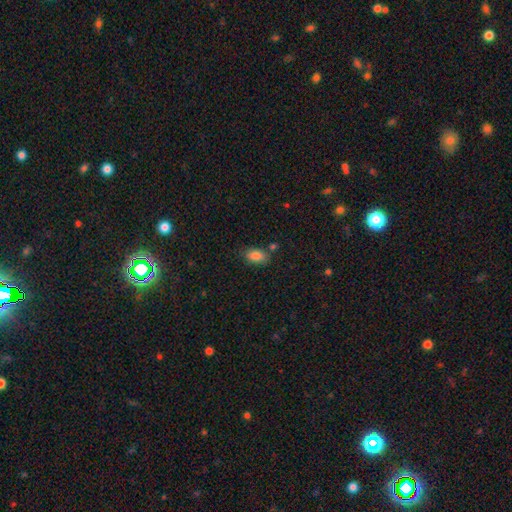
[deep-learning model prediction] Smooth or featured: smooth — 86% (star or artifact — 8%)
How rounded: in between — 90% (round — 7%)
Merging: none — 75% (minor disturbance — 14%)